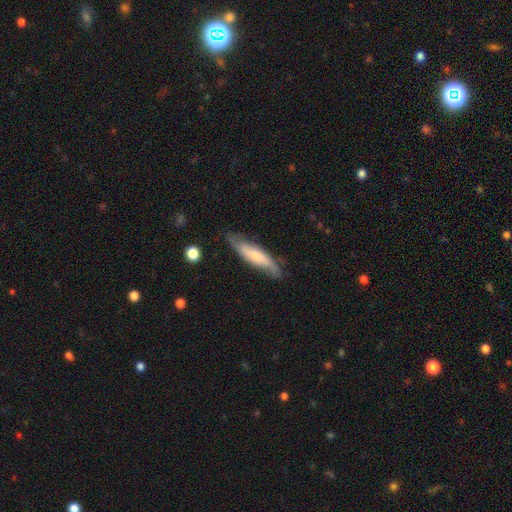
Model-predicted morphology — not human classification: smooth-or-featured: smooth: 48% | featured or disk: 46% | star or artifact: 6%
  merging: none: 74% | minor disturbance: 19% | major disturbance: 5% | merger: 2%